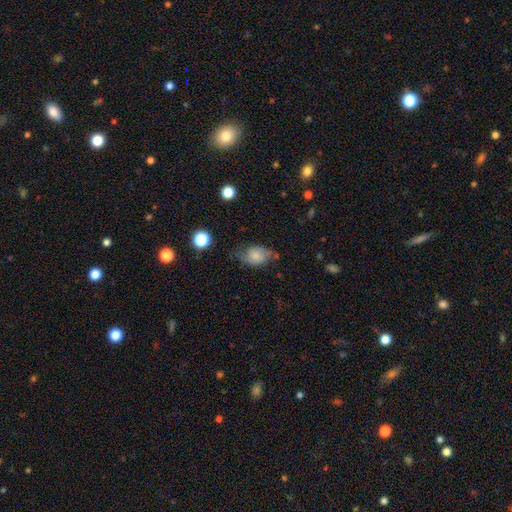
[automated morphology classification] smooth_or_featured: smooth (p=0.68) [alt: featured or disk p=0.23]
how_rounded: in between (p=0.82) [alt: round p=0.16]
merging: none (p=0.55) [alt: minor disturbance p=0.32]